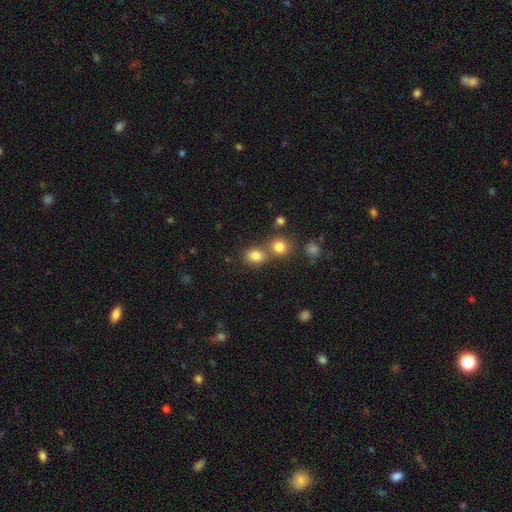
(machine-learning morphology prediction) Smooth or featured?
  - smooth: 81% *
  - star or artifact: 12%
  - featured or disk: 7%
How rounded?
  - in between: 51% *
  - round: 48%
  - cigar-shaped: 1%
Merging?
  - none: 53% *
  - merger: 34%
  - minor disturbance: 10%
  - major disturbance: 4%